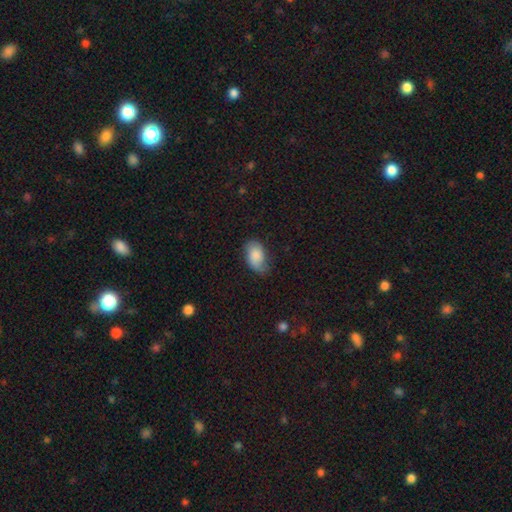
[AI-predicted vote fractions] A smooth galaxy with no disk features (76%) that is in between round and cigar-shaped (92%). Merging: none (61%).